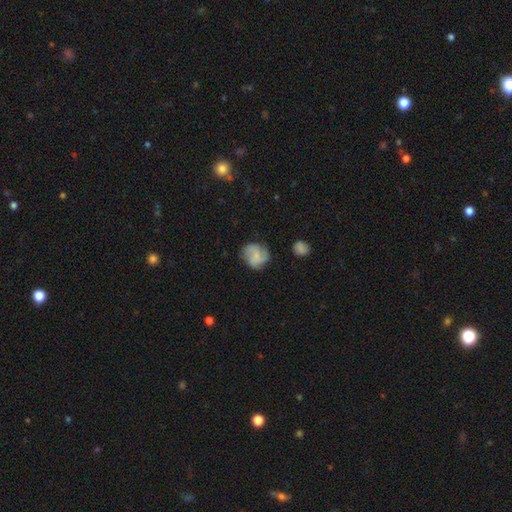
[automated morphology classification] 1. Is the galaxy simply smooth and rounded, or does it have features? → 48% smooth, 44% featured or disk, 8% star or artifact.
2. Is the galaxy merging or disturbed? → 67% none, 23% minor disturbance, 8% major disturbance, 2% merger.